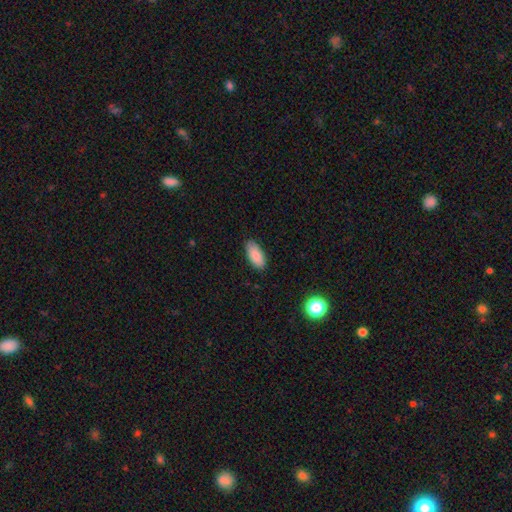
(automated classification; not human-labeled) A smooth galaxy with no disk features (88%) that is in between round and cigar-shaped (89%). Merging: none (84%).